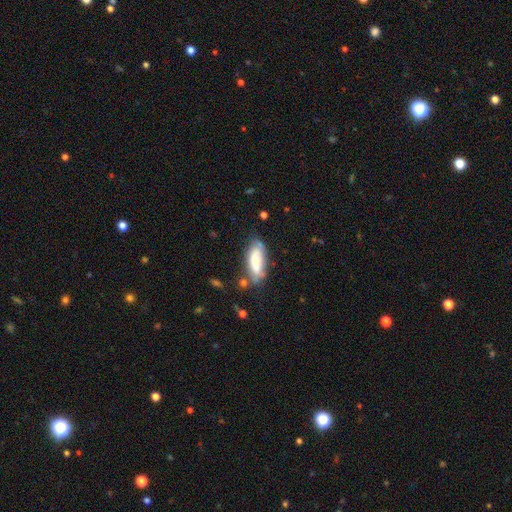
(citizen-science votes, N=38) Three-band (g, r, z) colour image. It shows a smooth galaxy with no disk features (61%) that is in between round and cigar-shaped (65%). Merging: none (50%).